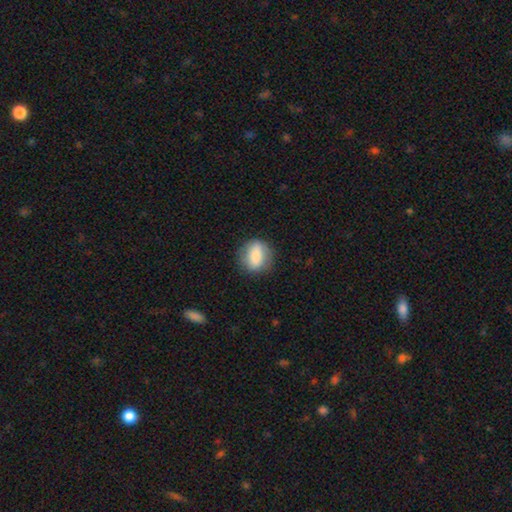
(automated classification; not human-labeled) This appears to be a smooth galaxy with no disk features (77%) that is round (56%). Merging: none (80%).